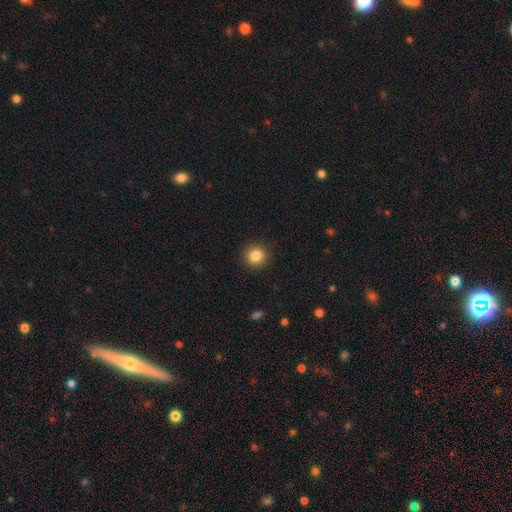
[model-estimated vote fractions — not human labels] Smooth or featured? smooth (85%)
How rounded? round (92%)
Merging? none (90%)